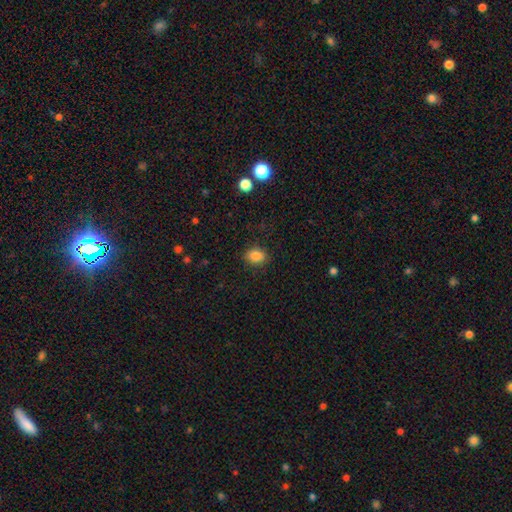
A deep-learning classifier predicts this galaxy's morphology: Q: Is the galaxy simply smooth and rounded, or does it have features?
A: smooth — 85%.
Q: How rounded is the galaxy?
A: in between — 66%.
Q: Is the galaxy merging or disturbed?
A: none — 86%.